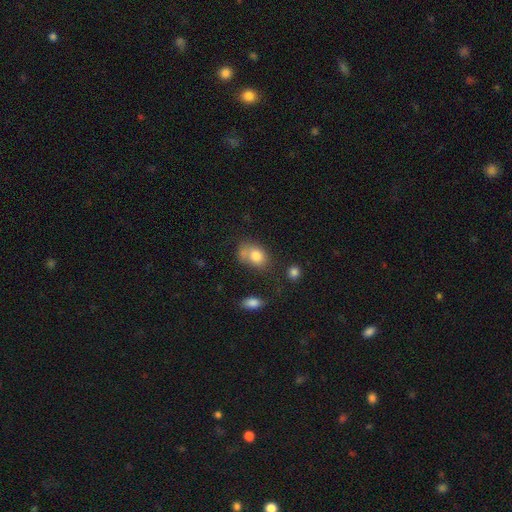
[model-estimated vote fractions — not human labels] Overall: smooth (79%). How rounded: in between (72%). Merging: none (42%; minor disturbance 25%).